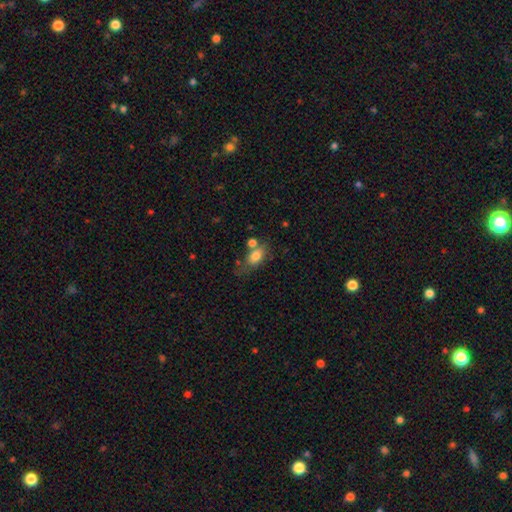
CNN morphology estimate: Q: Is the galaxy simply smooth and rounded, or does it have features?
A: smooth — 77%.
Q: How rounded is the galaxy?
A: in between — 80%.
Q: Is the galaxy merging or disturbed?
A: none — 48%.